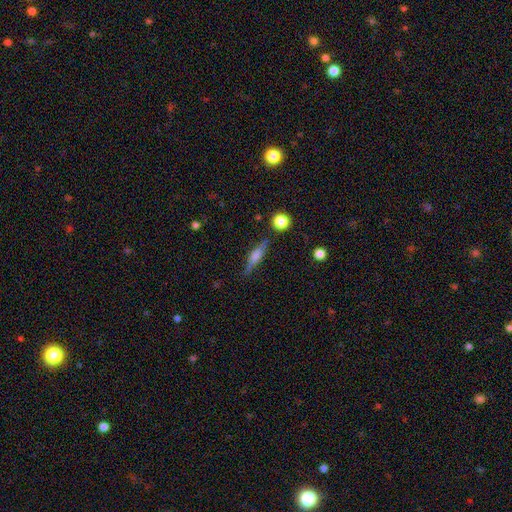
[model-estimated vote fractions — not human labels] Smooth or featured?
  - featured or disk: 66% *
  - smooth: 25%
  - star or artifact: 9%
Edge-on disk?
  - yes: 97% *
  - no: 3%
Edge-on bulge?
  - rounded: 74% *
  - boxy: 19%
  - none: 7%
Merging?
  - none: 86% *
  - minor disturbance: 9%
  - major disturbance: 2%
  - merger: 2%